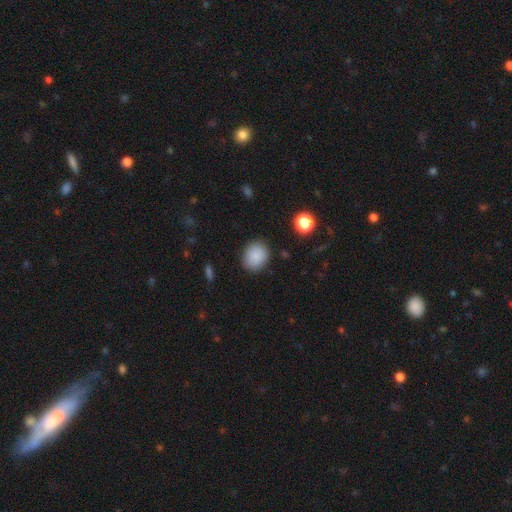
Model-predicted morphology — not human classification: Q: Smooth or featured?
A: smooth (86%); runner-up: star or artifact (9%)
Q: How rounded?
A: round (65%); runner-up: in between (34%)
Q: Merging?
A: none (85%); runner-up: minor disturbance (10%)